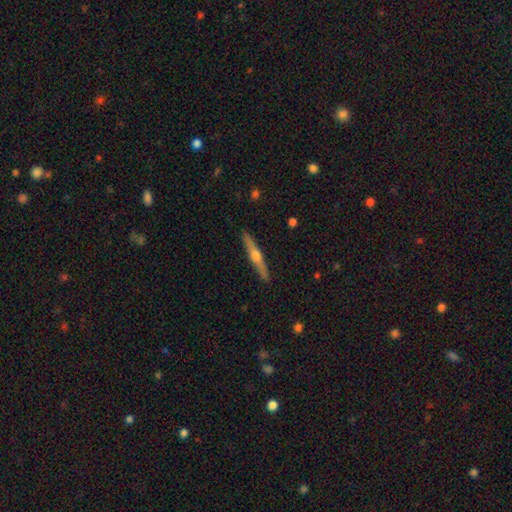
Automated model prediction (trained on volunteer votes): This appears to be a featured or disk galaxy (74%) viewed edge-on (98%) with a rounded central bulge (92%). Merging: none (92%).